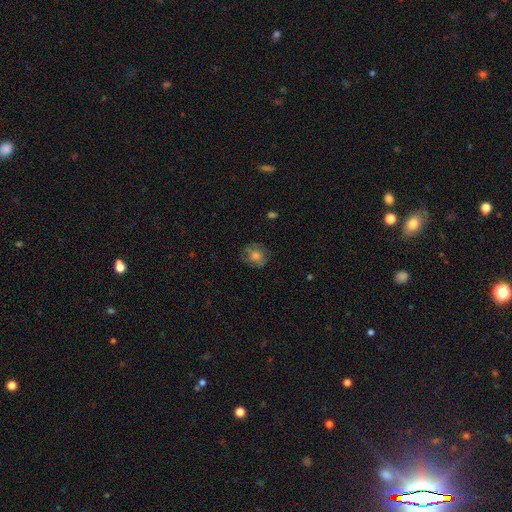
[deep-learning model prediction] Smooth or featured?
  - smooth: 61% *
  - featured or disk: 27%
  - star or artifact: 12%
How rounded?
  - round: 75% *
  - in between: 24%
  - cigar-shaped: 1%
Merging?
  - none: 73% *
  - minor disturbance: 19%
  - major disturbance: 7%
  - merger: 1%